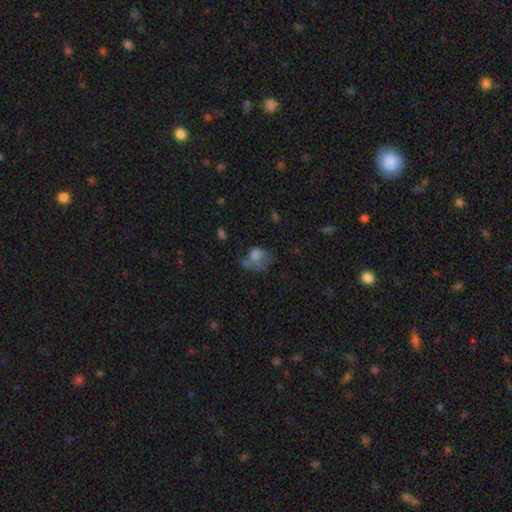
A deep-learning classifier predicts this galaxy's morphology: Overall: smooth (58%; featured or disk 26%). How rounded: in between (59%; round 39%). Merging: major disturbance (36%; none 27%).